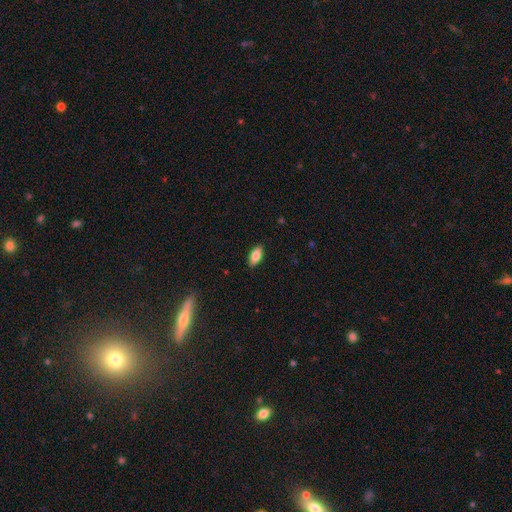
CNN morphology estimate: Smooth or featured? smooth (81%)
How rounded? in between (87%)
Merging? none (88%)